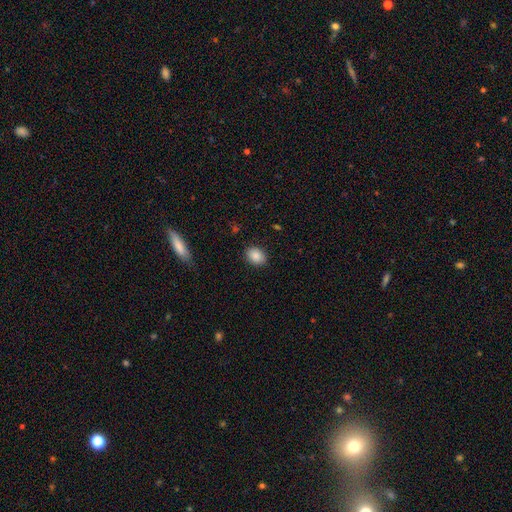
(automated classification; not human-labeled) A smooth galaxy with no disk features (88%) that is in between round and cigar-shaped (62%). Merging: none (88%).